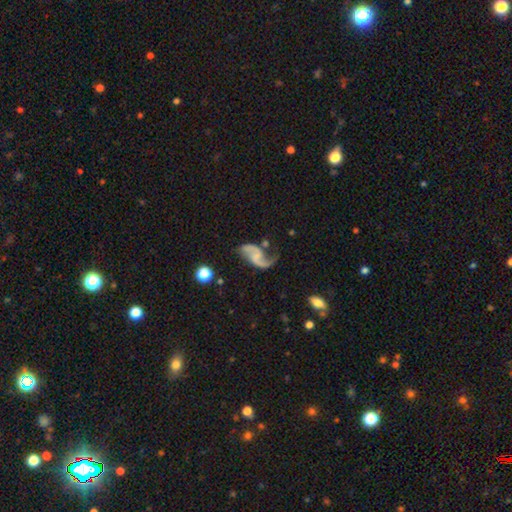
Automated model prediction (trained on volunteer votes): Morphology: type=featured or disk (86%); edge-on=no (98%); bar=no (48%); spiral arms=yes (95%); winding=loose (74%); arm count=2 (89%); bulge=none (60%); merging=none (57%).